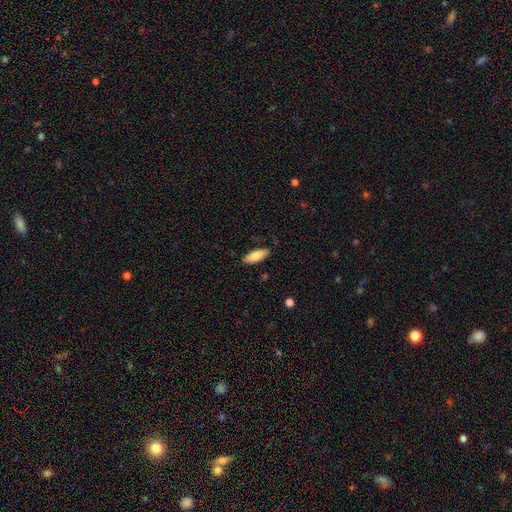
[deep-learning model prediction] This appears to be a smooth galaxy with no disk features (81%) that is in between round and cigar-shaped (72%). Merging: none (86%).